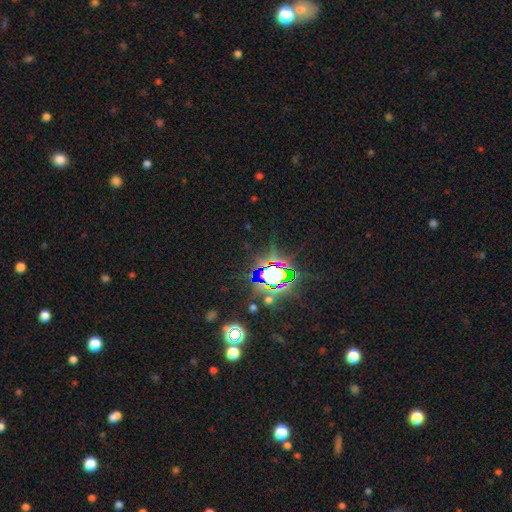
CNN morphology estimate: smooth_or_featured: star or artifact (p=0.82) [alt: smooth p=0.10]